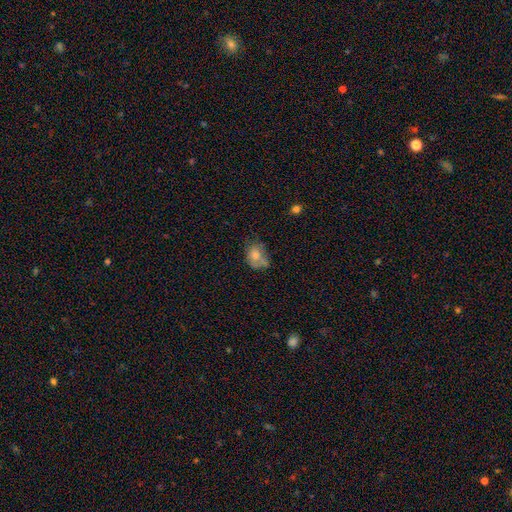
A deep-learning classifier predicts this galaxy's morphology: A smooth galaxy with no disk features (69%) that is in between round and cigar-shaped (63%).

Vote fractions:
- Smooth or featured? smooth: 69% / featured or disk: 22% / star or artifact: 9%
- How rounded? in between: 63% / round: 36% / cigar-shaped: 1%
- Merging? none: 40% / minor disturbance: 33% / major disturbance: 18% / merger: 9%